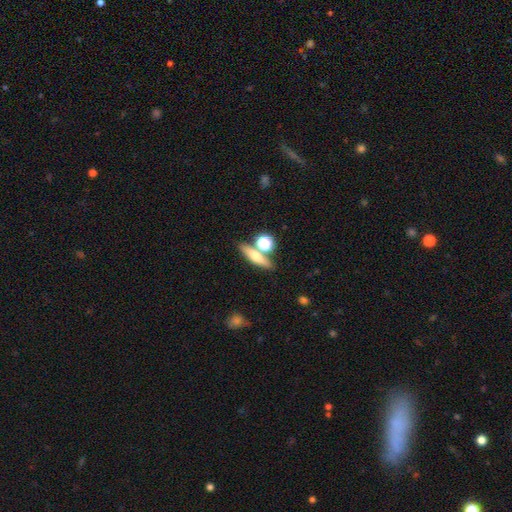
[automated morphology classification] smooth_or_featured: smooth (p=0.58) [alt: featured or disk p=0.32]
how_rounded: cigar-shaped (p=0.53) [alt: in between p=0.30]
merging: none (p=0.65) [alt: merger p=0.22]